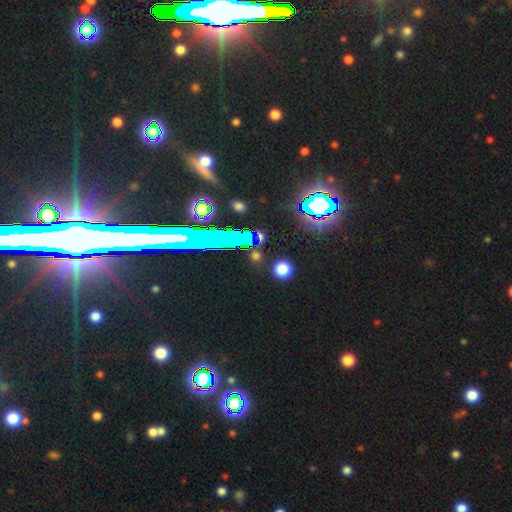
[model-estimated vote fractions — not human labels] Smooth or featured?
  - smooth: 52% *
  - star or artifact: 39%
  - featured or disk: 9%
How rounded?
  - round: 88% *
  - in between: 9%
  - cigar-shaped: 3%
Merging?
  - none: 89% *
  - minor disturbance: 6%
  - major disturbance: 3%
  - merger: 2%